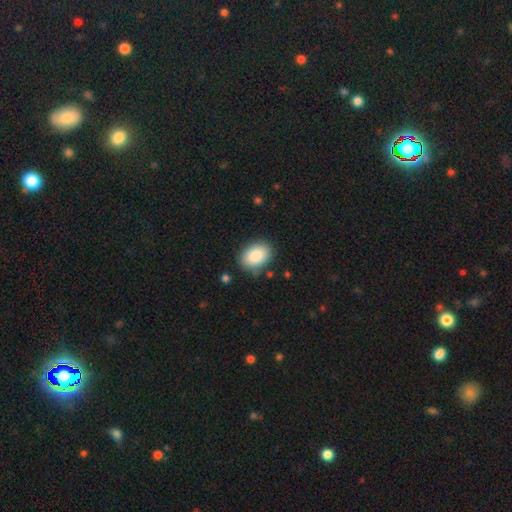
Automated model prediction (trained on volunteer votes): Smooth or featured? smooth (88%)
How rounded? in between (80%)
Merging? none (84%)